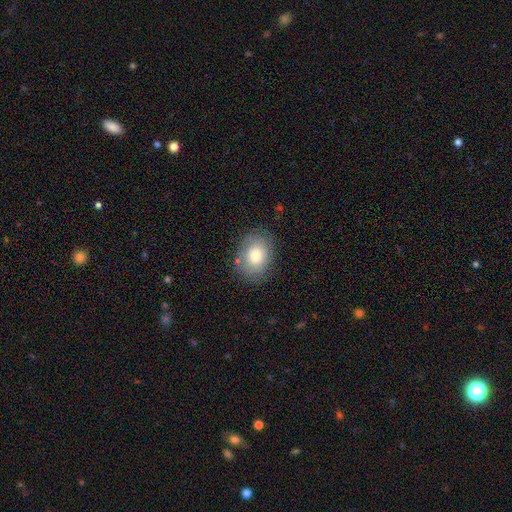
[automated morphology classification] Smooth or featured: smooth — 76% (featured or disk — 16%)
How rounded: in between — 59% (round — 40%)
Merging: none — 79% (minor disturbance — 15%)